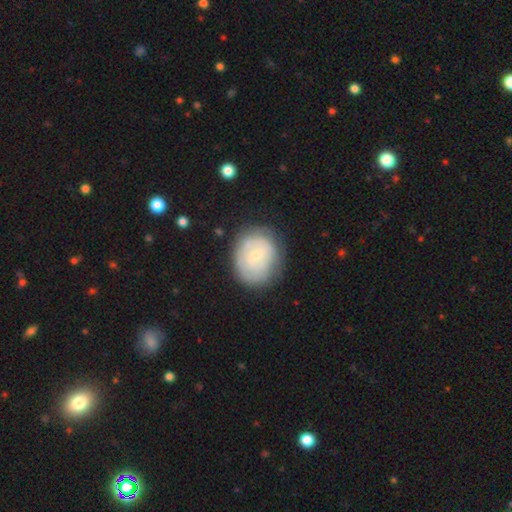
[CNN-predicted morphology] This is possibly a featured or disk galaxy (48%). Merging: likely none (70%).